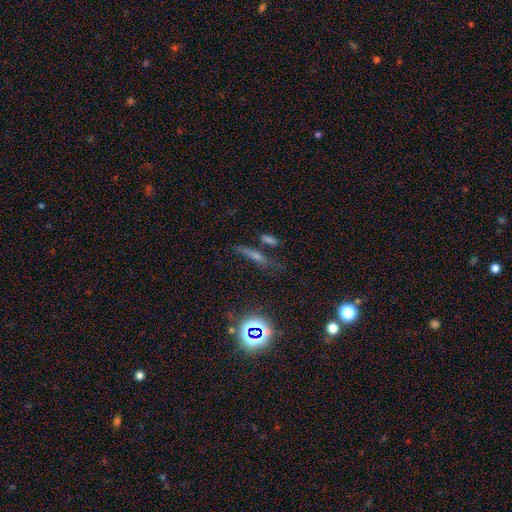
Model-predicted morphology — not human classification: Smooth or featured? Predicted: featured or disk (p=0.36). Merging? Predicted: none (p=0.68).